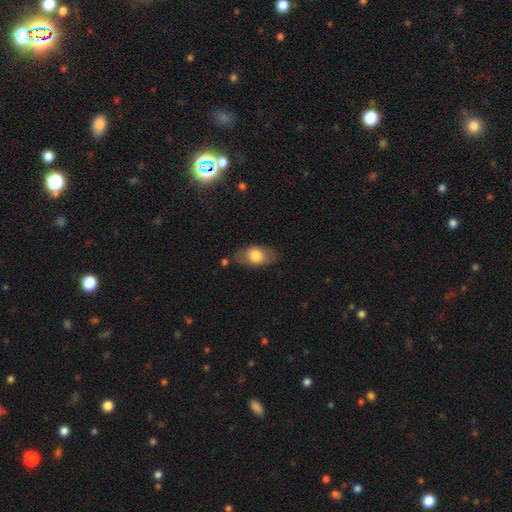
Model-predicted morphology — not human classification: Q: Smooth or featured?
A: smooth (71%); runner-up: featured or disk (22%)
Q: How rounded?
A: in between (89%); runner-up: round (8%)
Q: Merging?
A: none (77%); runner-up: minor disturbance (16%)